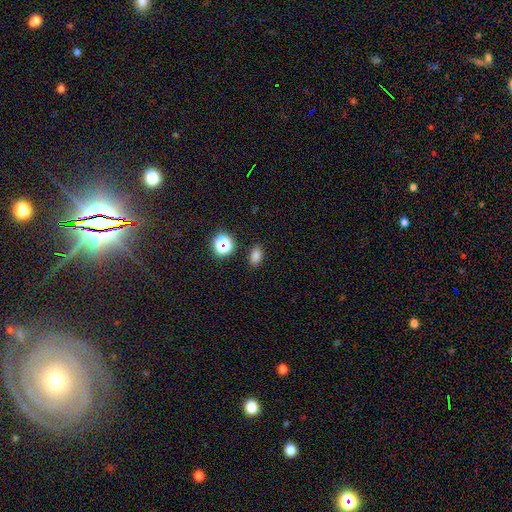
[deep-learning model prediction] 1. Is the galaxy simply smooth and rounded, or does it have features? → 79% smooth, 17% star or artifact, 5% featured or disk.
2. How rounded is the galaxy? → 78% in between, 21% round, 2% cigar-shaped.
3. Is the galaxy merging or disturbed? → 86% none, 9% minor disturbance, 3% major disturbance, 3% merger.